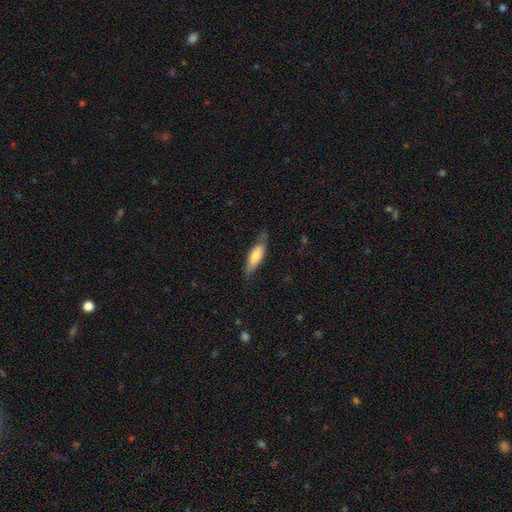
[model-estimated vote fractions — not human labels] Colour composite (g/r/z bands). It shows a smooth galaxy with no disk features (71%) that is in between round and cigar-shaped (51%). Merging: none (64%).